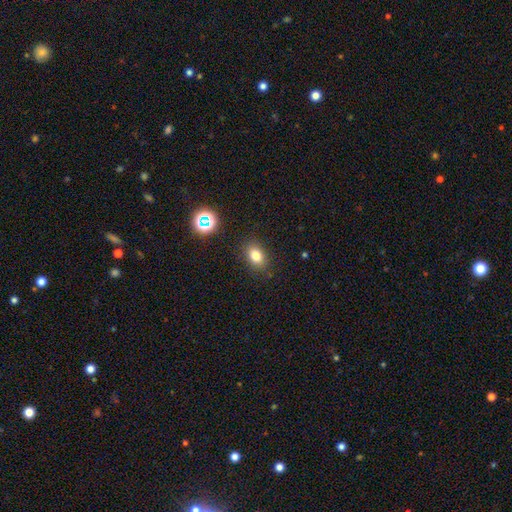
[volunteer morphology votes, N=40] Overall: smooth (82%). How rounded: in between (88%). Merging: none (81%).